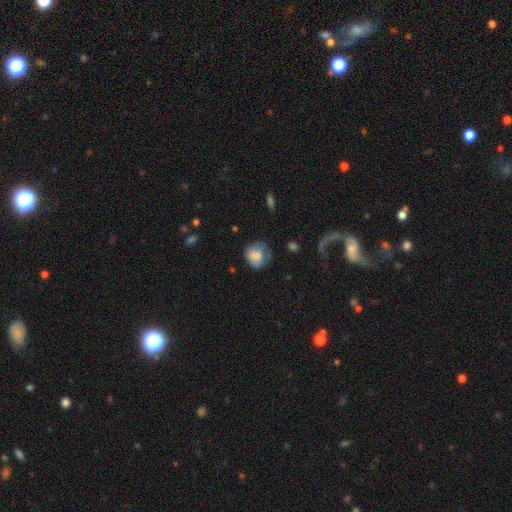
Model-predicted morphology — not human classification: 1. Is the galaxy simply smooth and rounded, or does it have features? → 75% smooth, 17% featured or disk, 8% star or artifact.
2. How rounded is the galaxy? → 69% round, 30% in between, 1% cigar-shaped.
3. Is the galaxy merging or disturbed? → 47% none, 32% minor disturbance, 18% major disturbance, 3% merger.